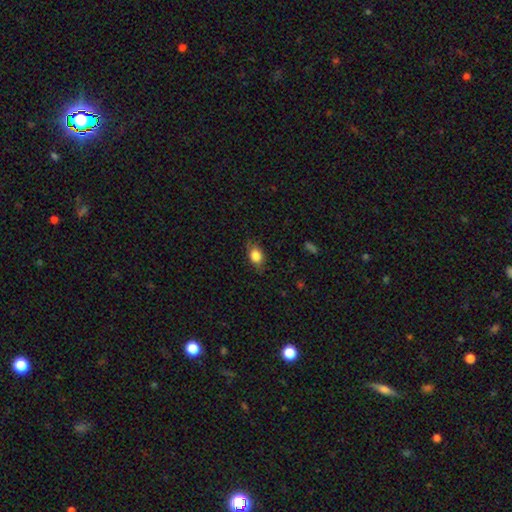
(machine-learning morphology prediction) smooth_or_featured: smooth (p=0.82) [alt: featured or disk p=0.09]
how_rounded: in between (p=0.78) [alt: round p=0.18]
merging: none (p=0.79) [alt: minor disturbance p=0.17]